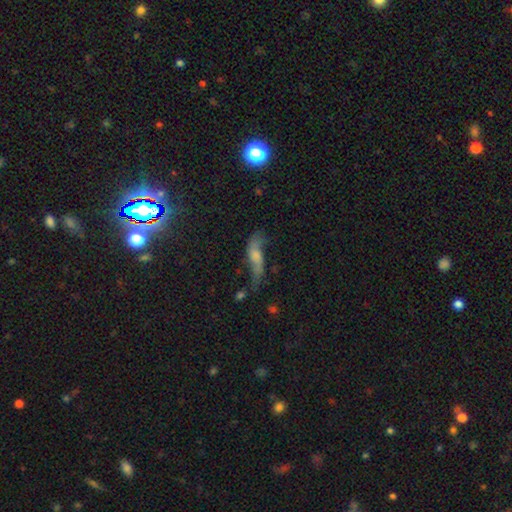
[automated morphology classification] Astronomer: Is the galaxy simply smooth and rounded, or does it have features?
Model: featured or disk — 50% (runner-up: smooth, 37%).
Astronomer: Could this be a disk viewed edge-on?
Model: no — 75%.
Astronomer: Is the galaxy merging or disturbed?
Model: none — 39% (runner-up: minor disturbance, 27%).